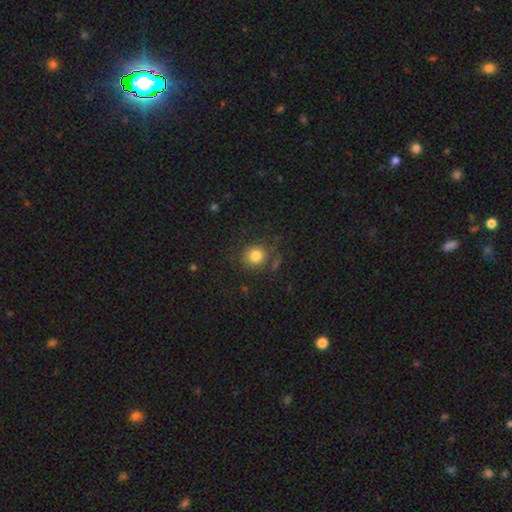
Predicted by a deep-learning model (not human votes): This is clearly a smooth galaxy (81%). How rounded: clearly round (86%). Merging: likely none (76%).